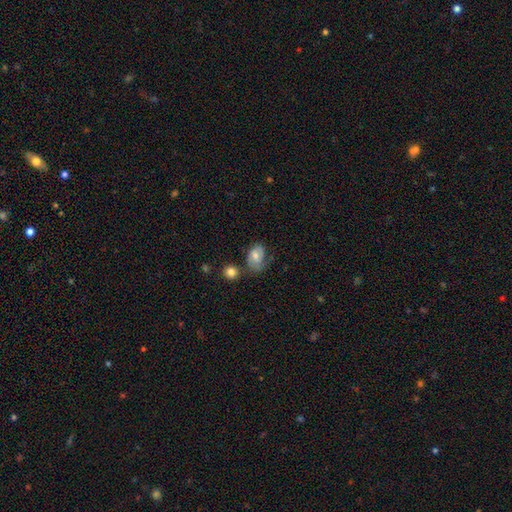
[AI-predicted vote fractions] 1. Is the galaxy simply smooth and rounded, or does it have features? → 52% smooth, 40% featured or disk, 8% star or artifact.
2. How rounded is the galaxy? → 78% in between, 21% round, 1% cigar-shaped.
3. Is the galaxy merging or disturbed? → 44% none, 30% minor disturbance, 18% major disturbance, 7% merger.